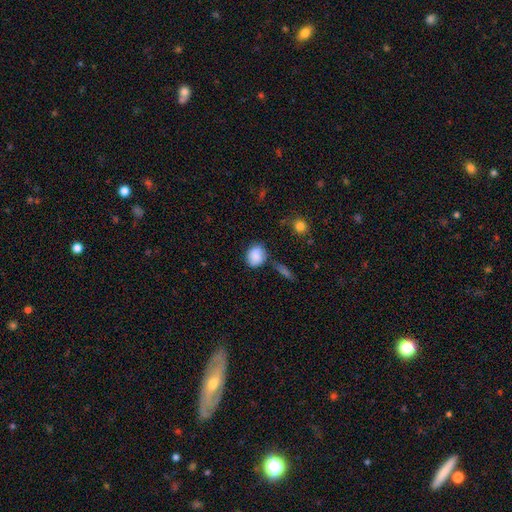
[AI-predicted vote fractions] Q: Smooth or featured?
A: smooth (85%); runner-up: star or artifact (8%)
Q: How rounded?
A: round (58%); runner-up: in between (41%)
Q: Merging?
A: none (66%); runner-up: minor disturbance (21%)